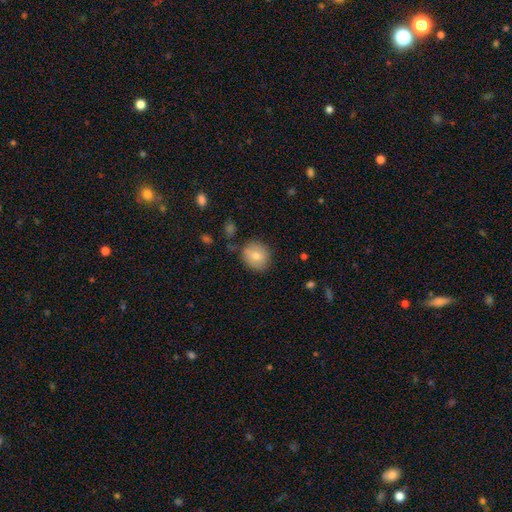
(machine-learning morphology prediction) Q: Smooth or featured?
A: smooth (78%); runner-up: featured or disk (14%)
Q: How rounded?
A: round (79%); runner-up: in between (20%)
Q: Merging?
A: none (75%); runner-up: minor disturbance (17%)